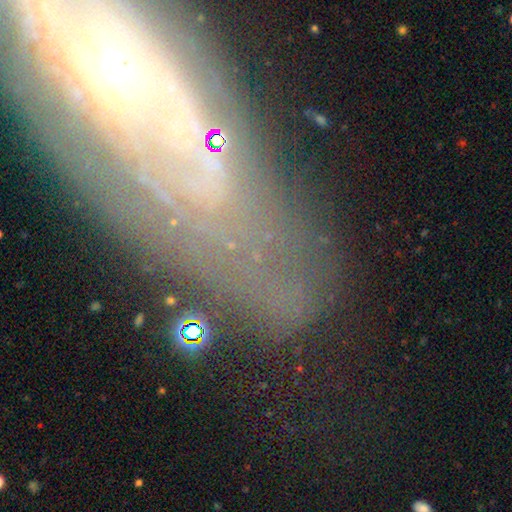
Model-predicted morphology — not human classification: Overall: featured or disk (64%). Edge-on disk: no (81%). Bar: no (66%). Spiral arms: yes (62%; no 38%). Bulge size: moderate (43%; small 41%). Merging: none (64%).